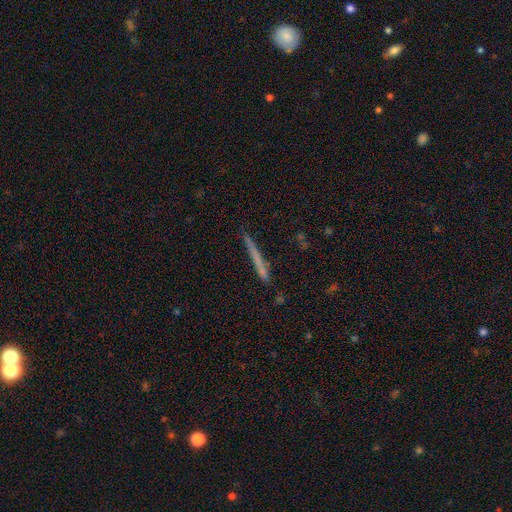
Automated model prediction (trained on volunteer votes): smooth 58%, featured or disk 34%, star or artifact 8%. Down the decision tree: how rounded — cigar-shaped (96%); merging — none (80%).